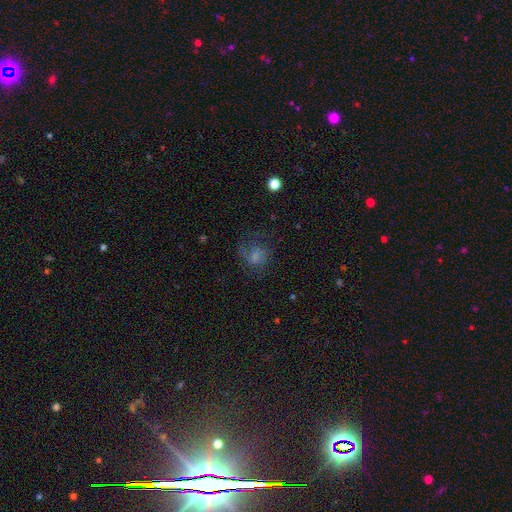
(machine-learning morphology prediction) smooth-or-featured: smooth: 43% (tied) | featured or disk: 43% (tied) | star or artifact: 14%
  merging: none: 48% | major disturbance: 29% | minor disturbance: 20% | merger: 2%